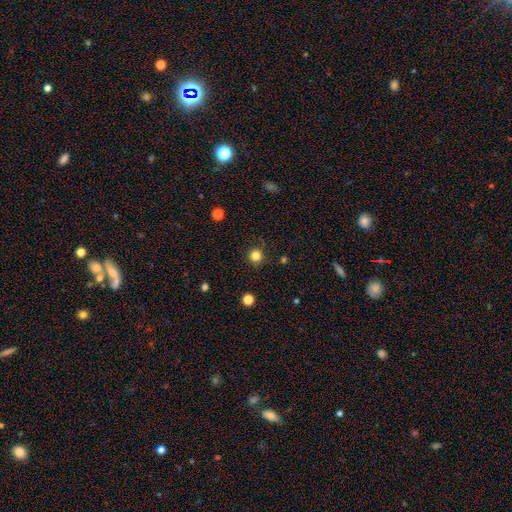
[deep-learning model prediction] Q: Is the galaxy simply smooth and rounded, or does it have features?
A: smooth — 81%.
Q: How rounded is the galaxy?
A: round — 94%.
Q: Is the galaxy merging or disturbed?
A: none — 85%.